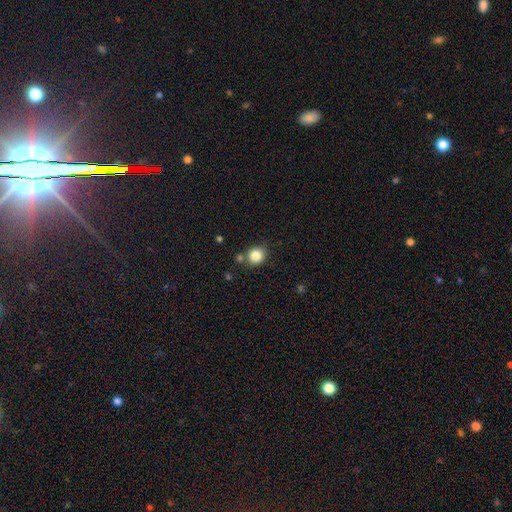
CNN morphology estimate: smooth-or-featured: smooth: 84% | star or artifact: 11% | featured or disk: 5%
  how-rounded: round: 79% | in between: 20% | cigar-shaped: 1%
  merging: none: 74% | minor disturbance: 12% | merger: 11% | major disturbance: 3%